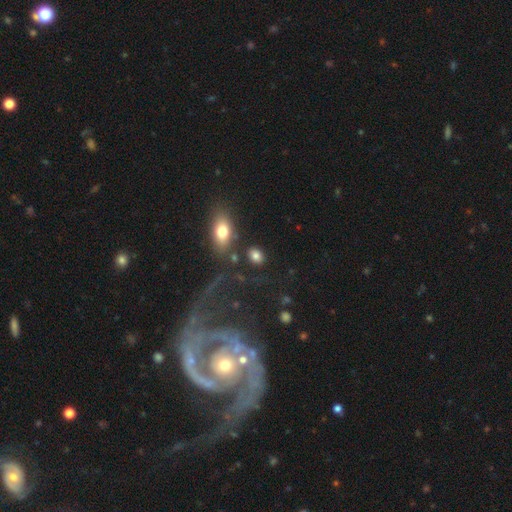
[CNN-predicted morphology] A smooth galaxy with no disk features (81%) that is in between round and cigar-shaped (67%). Merging: none (79%).